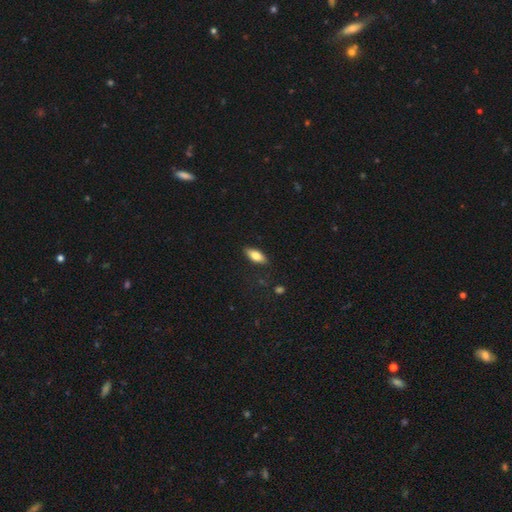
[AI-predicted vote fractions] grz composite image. It shows a smooth galaxy with no disk features (77%) that is in between round and cigar-shaped (80%). Merging: none (85%).